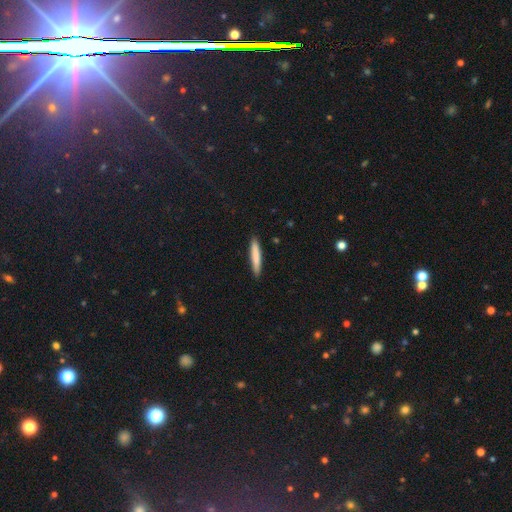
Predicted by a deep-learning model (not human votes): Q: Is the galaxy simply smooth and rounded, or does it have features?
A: smooth — 79%.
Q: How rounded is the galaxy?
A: cigar-shaped — 93%.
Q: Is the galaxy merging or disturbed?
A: none — 90%.